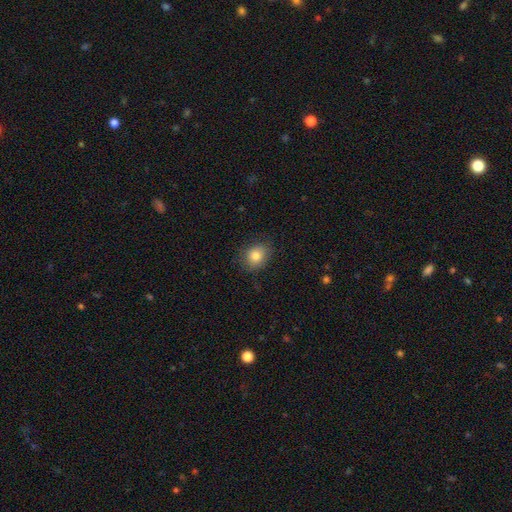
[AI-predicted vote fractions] Q: Smooth or featured?
A: smooth (81%); runner-up: star or artifact (10%)
Q: How rounded?
A: round (55%); runner-up: in between (44%)
Q: Merging?
A: none (81%); runner-up: minor disturbance (14%)